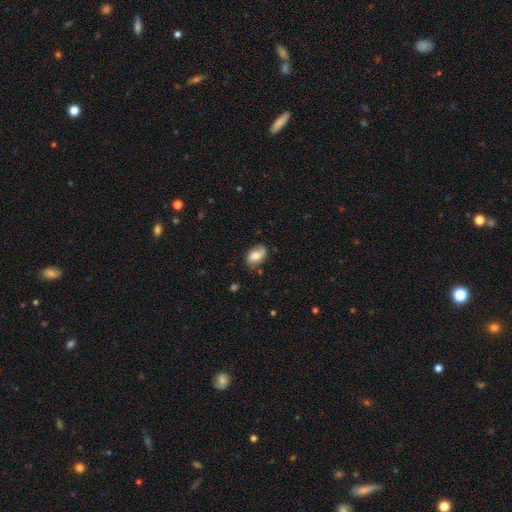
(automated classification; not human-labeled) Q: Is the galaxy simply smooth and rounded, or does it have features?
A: smooth — 63%.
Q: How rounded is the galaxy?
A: in between — 88%.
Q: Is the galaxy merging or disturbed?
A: none — 65%.